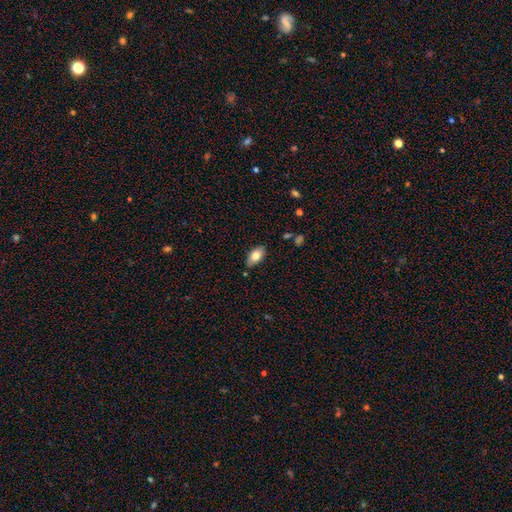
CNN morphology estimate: Smooth or featured?
  - smooth: 79% *
  - featured or disk: 14%
  - star or artifact: 7%
How rounded?
  - in between: 92% *
  - cigar-shaped: 4%
  - round: 3%
Merging?
  - none: 82% *
  - minor disturbance: 14%
  - major disturbance: 2%
  - merger: 2%